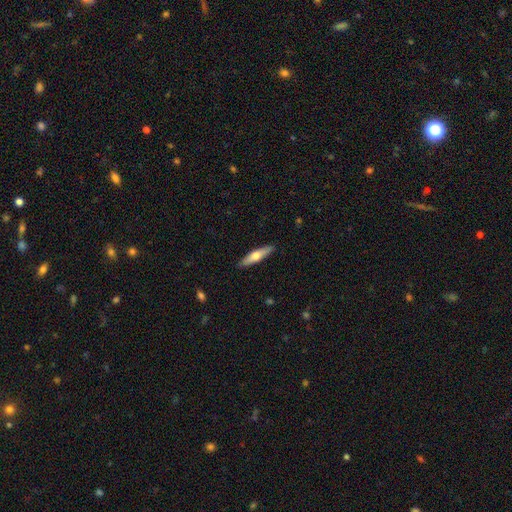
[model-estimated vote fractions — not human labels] smooth 56%, featured or disk 38%, star or artifact 5%. Down the decision tree: how rounded — cigar-shaped (77%); merging — none (89%).